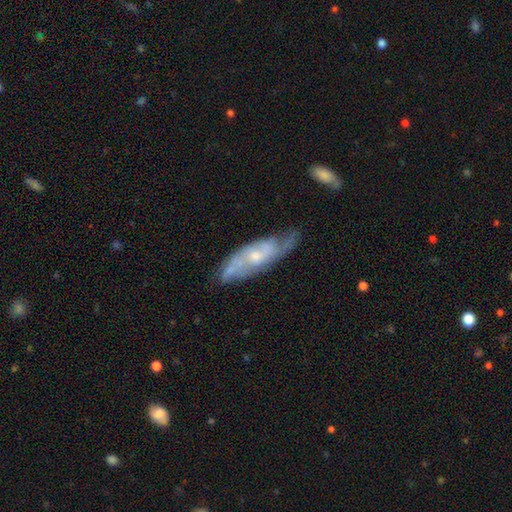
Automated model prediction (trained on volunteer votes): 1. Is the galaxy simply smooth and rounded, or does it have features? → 76% featured or disk, 18% smooth, 6% star or artifact.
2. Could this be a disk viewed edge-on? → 81% no, 19% yes.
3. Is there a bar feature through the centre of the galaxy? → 67% no, 28% weak, 5% strong.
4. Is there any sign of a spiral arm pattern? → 87% yes, 13% no.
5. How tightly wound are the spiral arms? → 44% medium, 35% tight, 21% loose.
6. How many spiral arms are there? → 47% 2, 35% can't tell, 9% 3, 4% 1, 3% 4, 2% more than 4.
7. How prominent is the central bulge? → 57% small, 38% moderate, 3% none, 2% large, 1% dominant.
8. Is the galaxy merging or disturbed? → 60% none, 27% minor disturbance, 9% major disturbance, 3% merger.